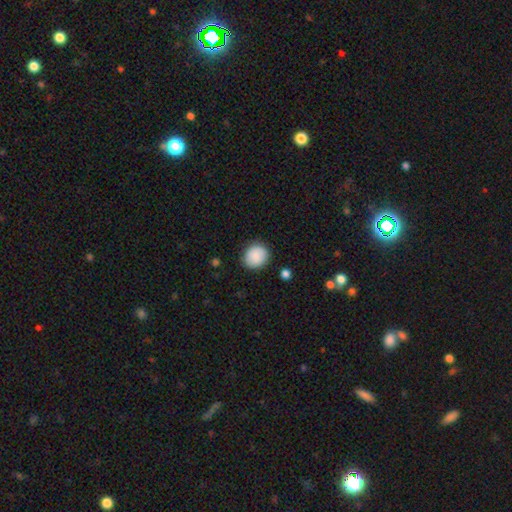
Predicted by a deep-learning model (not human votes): This is clearly a smooth galaxy (88%). How rounded: likely round (76%). Merging: clearly none (86%).